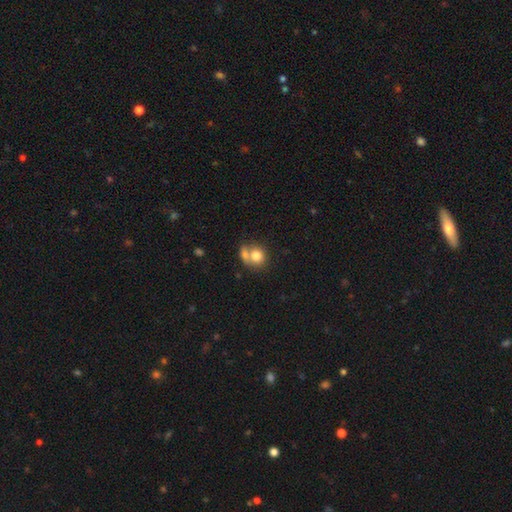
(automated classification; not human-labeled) Smooth or featured?
  - smooth: 78% *
  - featured or disk: 13%
  - star or artifact: 9%
How rounded?
  - round: 72% *
  - in between: 27%
  - cigar-shaped: 1%
Merging?
  - merger: 48% *
  - none: 37%
  - minor disturbance: 10%
  - major disturbance: 5%